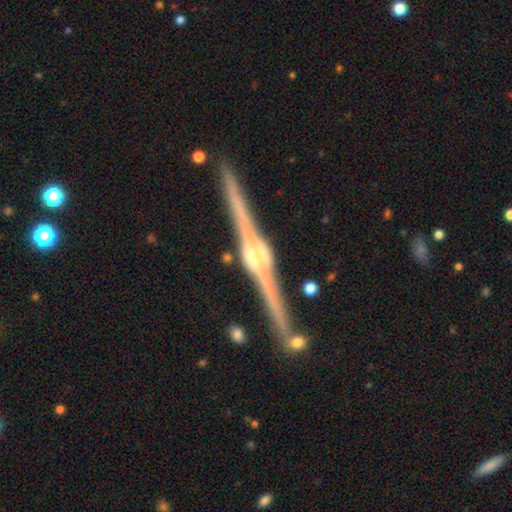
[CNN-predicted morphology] Overall: featured or disk (90%). Edge-on disk: yes (98%). Edge-on bulge: rounded (82%). Merging: none (87%).